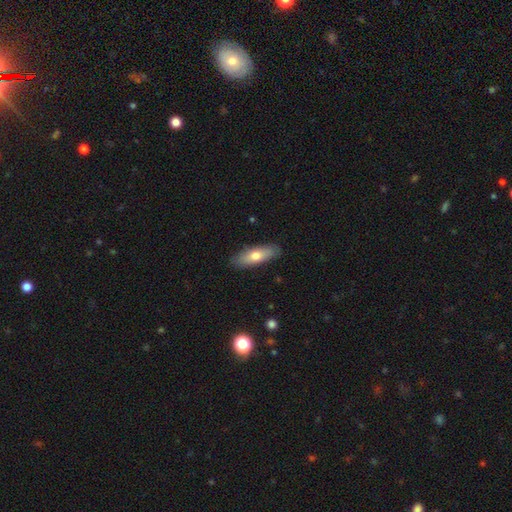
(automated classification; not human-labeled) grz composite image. It shows a smooth galaxy with no disk features (68%) that is in between round and cigar-shaped (61%). Merging: none (87%).